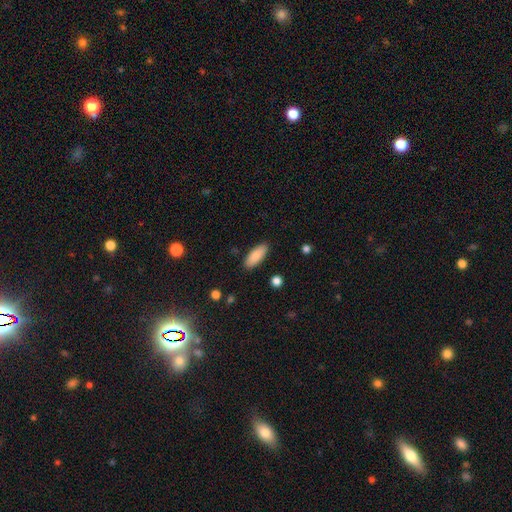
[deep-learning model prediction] This is clearly a smooth galaxy (88%). How rounded: likely in between (77%). Merging: clearly none (89%).